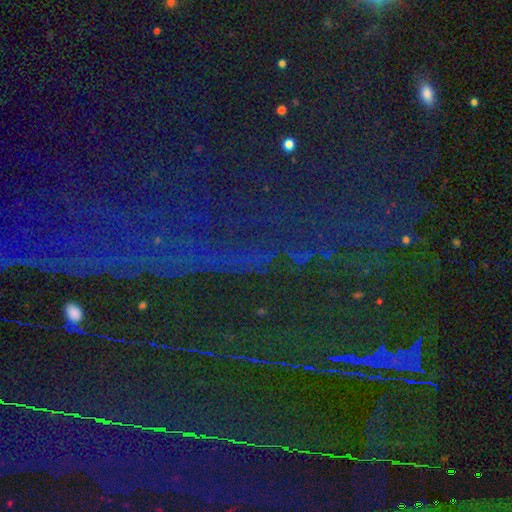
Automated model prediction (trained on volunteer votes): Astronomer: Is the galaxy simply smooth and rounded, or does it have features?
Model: star or artifact — 85%.